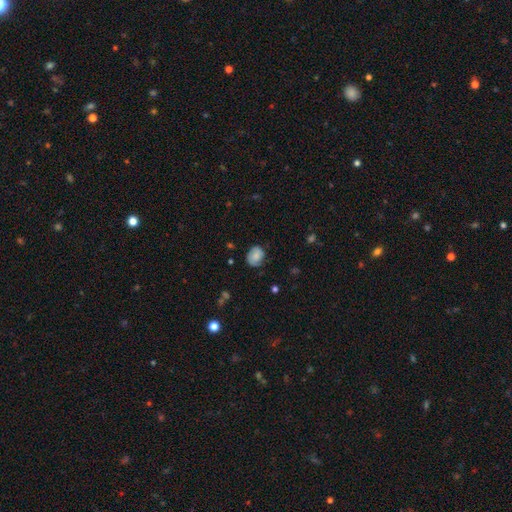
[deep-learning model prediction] smooth_or_featured: smooth (p=0.55) [alt: featured or disk p=0.36]
how_rounded: round (p=0.55) [alt: in between p=0.44]
merging: none (p=0.68) [alt: minor disturbance p=0.23]